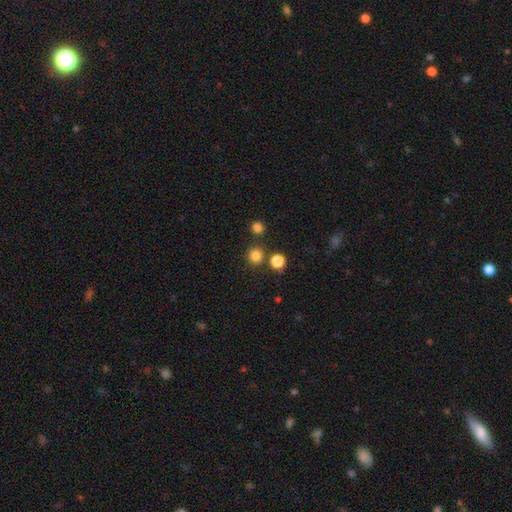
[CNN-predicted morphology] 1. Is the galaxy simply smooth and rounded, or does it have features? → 81% smooth, 15% star or artifact, 4% featured or disk.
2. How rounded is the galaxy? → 93% round, 6% in between, 1% cigar-shaped.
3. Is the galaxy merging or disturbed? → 82% none, 9% merger, 6% minor disturbance, 3% major disturbance.